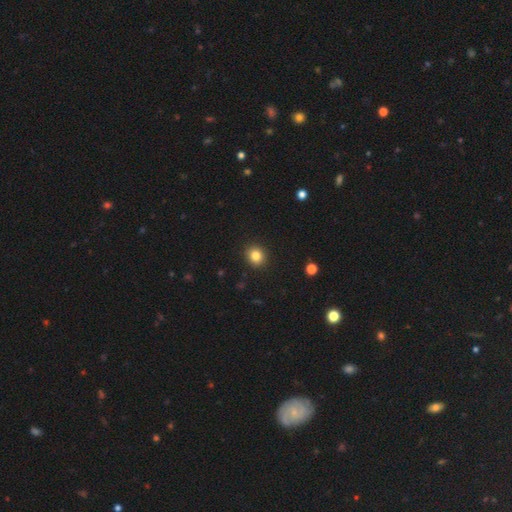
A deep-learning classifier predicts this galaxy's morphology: This is clearly a smooth galaxy (83%). How rounded: clearly round (85%). Merging: clearly none (92%).